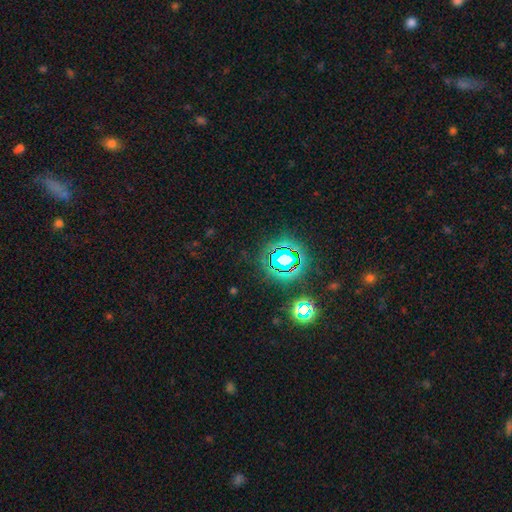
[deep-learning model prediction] A star or artifact, not a galaxy (78%).